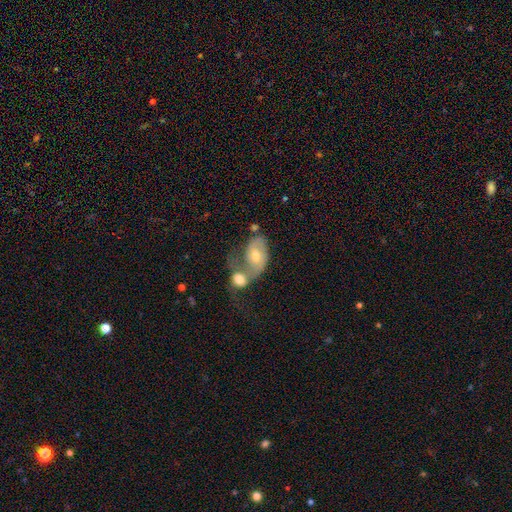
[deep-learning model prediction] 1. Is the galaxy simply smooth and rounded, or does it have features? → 48% featured or disk, 46% smooth, 7% star or artifact.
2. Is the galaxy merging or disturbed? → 69% merger, 13% none, 11% major disturbance, 7% minor disturbance.